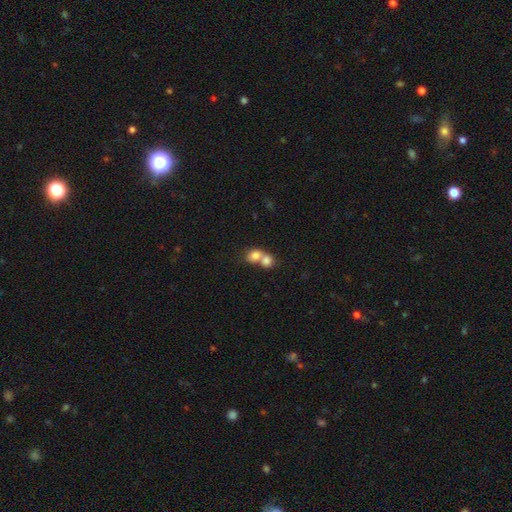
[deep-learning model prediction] A smooth galaxy with no disk features (79%) that is round (60%). Merging: merger (71%).